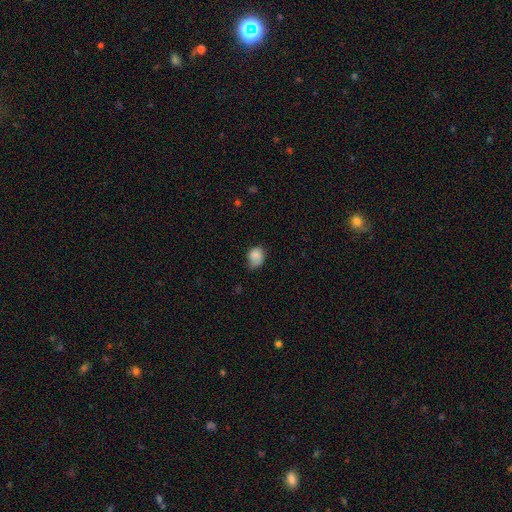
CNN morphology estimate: Smooth or featured?
  - smooth: 82% *
  - featured or disk: 9%
  - star or artifact: 8%
How rounded?
  - in between: 50% *
  - round: 49%
  - cigar-shaped: 1%
Merging?
  - none: 50% *
  - minor disturbance: 38%
  - major disturbance: 11%
  - merger: 2%